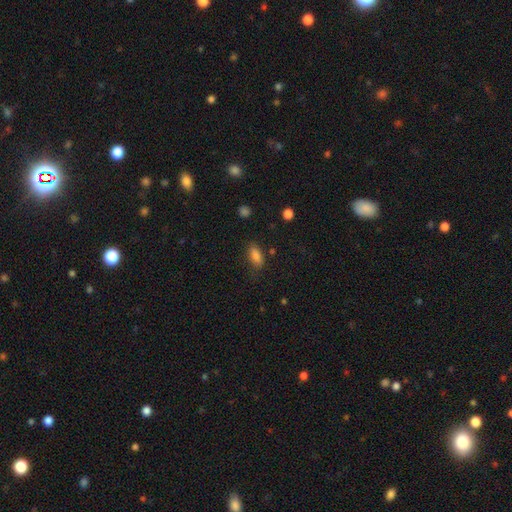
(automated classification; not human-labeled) Morphology: type=smooth (85%); roundness=in between (86%); merging=none (75%).